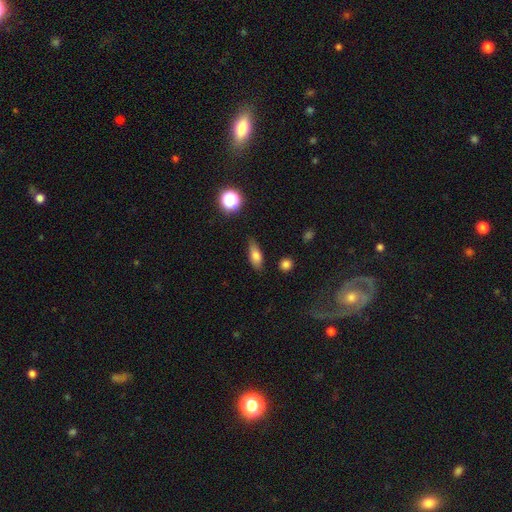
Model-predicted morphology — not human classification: smooth-or-featured: smooth: 74% | featured or disk: 16% | star or artifact: 10%
  how-rounded: in between: 69% | cigar-shaped: 24% | round: 7%
  merging: none: 75% | minor disturbance: 19% | major disturbance: 4% | merger: 2%